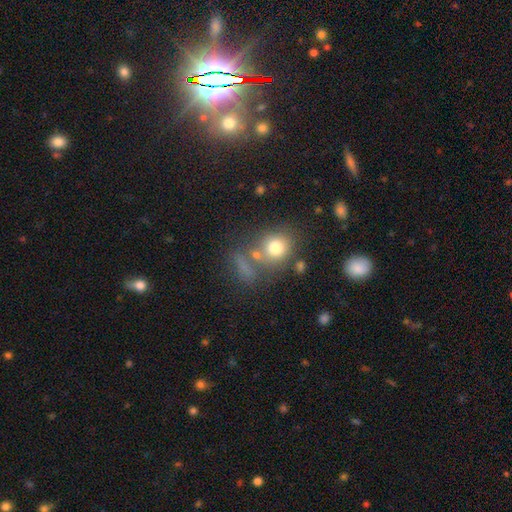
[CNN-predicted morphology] type=smooth (72%); roundness=round (71%); merging=none (59%).